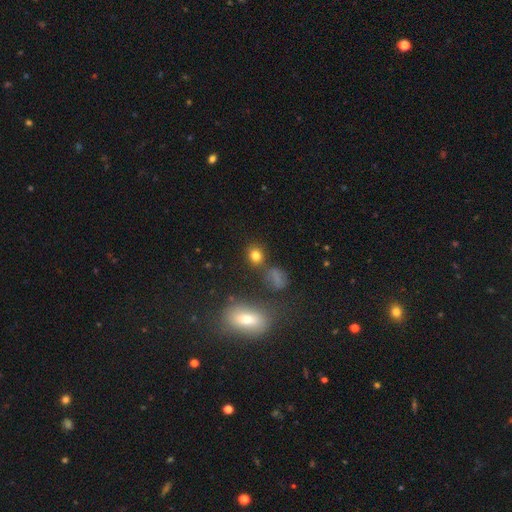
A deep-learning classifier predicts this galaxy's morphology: Smooth or featured: smooth — 79% (star or artifact — 14%)
How rounded: round — 71% (in between — 27%)
Merging: none — 75% (minor disturbance — 11%)